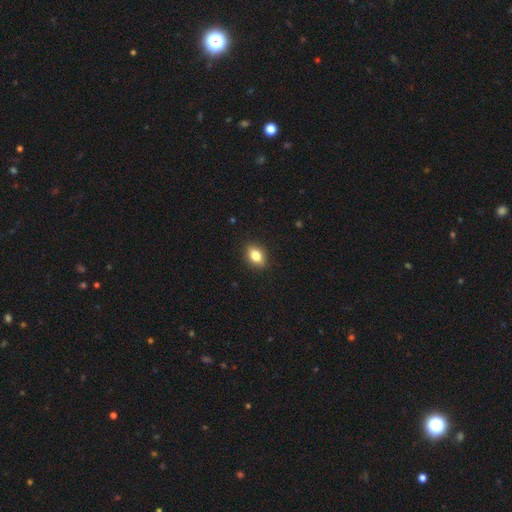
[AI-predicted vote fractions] Overall: smooth (80%). How rounded: in between (78%). Merging: none (89%).